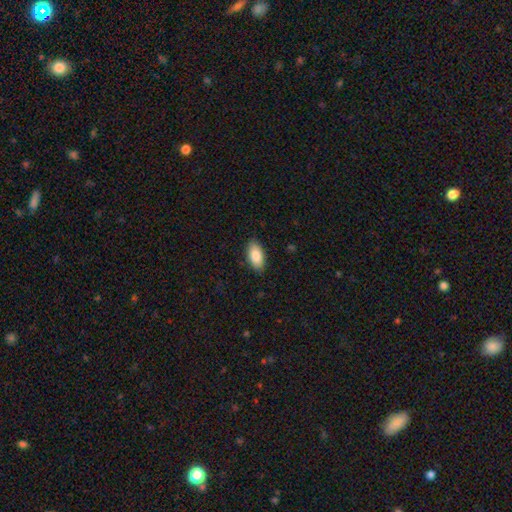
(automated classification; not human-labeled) Smooth or featured? Predicted: smooth (p=0.87). How rounded? Predicted: in between (p=0.93). Merging? Predicted: none (p=0.87).